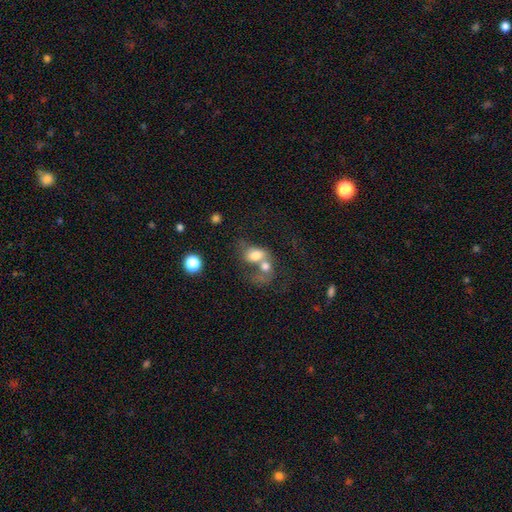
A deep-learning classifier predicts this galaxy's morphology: Smooth or featured?
  - smooth: 63% *
  - featured or disk: 26%
  - star or artifact: 11%
How rounded?
  - in between: 66% *
  - round: 32%
  - cigar-shaped: 2%
Merging?
  - merger: 68% *
  - none: 13%
  - major disturbance: 12%
  - minor disturbance: 7%